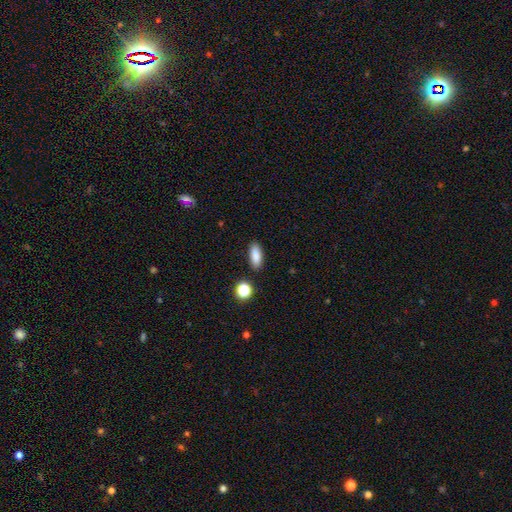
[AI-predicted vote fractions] Overall: smooth (86%). How rounded: in between (74%). Merging: none (88%).